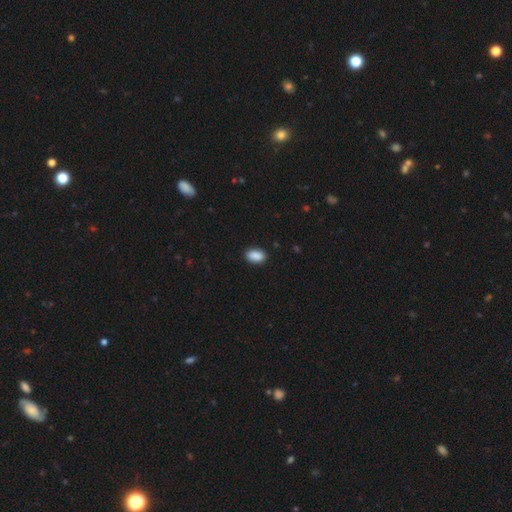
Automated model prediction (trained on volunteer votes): Smooth or featured?
  - smooth: 90% *
  - star or artifact: 7%
  - featured or disk: 2%
How rounded?
  - in between: 90% *
  - round: 9%
  - cigar-shaped: 2%
Merging?
  - none: 88% *
  - minor disturbance: 9%
  - major disturbance: 2%
  - merger: 1%